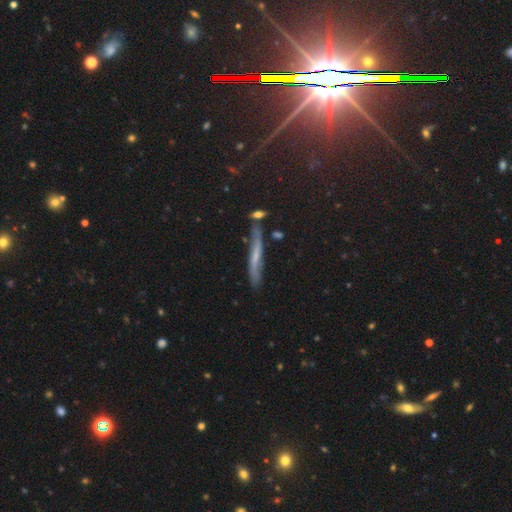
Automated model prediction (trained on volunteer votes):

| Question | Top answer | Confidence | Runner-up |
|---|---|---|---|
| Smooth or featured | featured or disk | 50% | smooth (39%) |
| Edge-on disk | yes | 75% | no (25%) |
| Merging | none | 68% | minor disturbance (20%) |